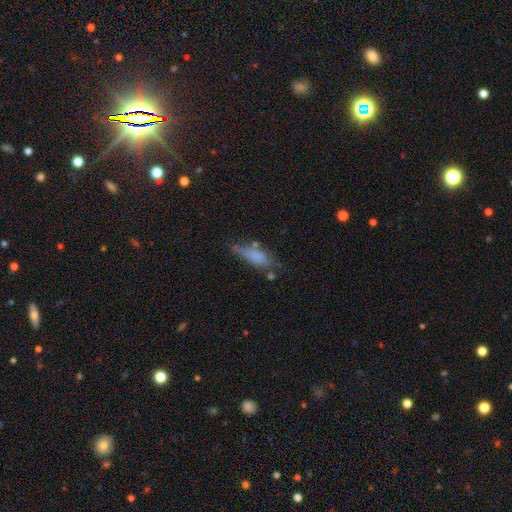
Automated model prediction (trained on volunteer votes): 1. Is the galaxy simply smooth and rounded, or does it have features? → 75% smooth, 16% featured or disk, 9% star or artifact.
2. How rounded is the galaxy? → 54% in between, 43% cigar-shaped, 3% round.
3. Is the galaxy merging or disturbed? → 47% none, 30% minor disturbance, 14% major disturbance, 9% merger.